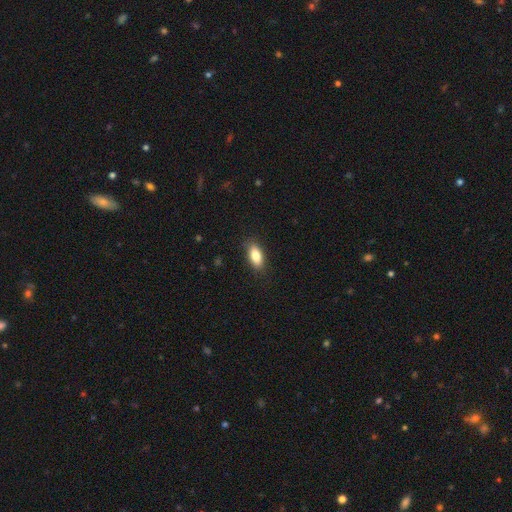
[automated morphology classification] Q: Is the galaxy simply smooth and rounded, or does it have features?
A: smooth — 83%.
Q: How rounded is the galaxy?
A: in between — 85%.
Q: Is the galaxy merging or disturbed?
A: none — 86%.